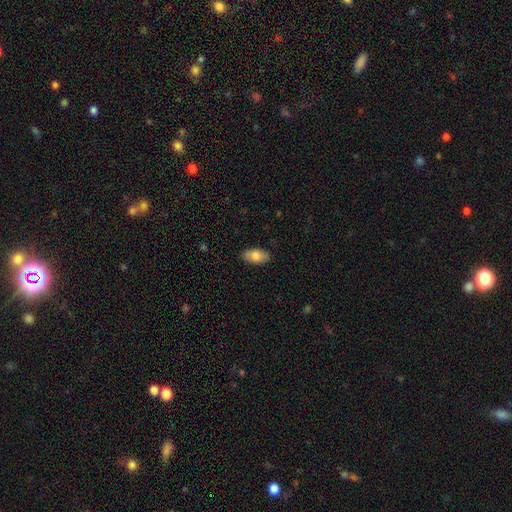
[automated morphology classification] This is likely a smooth galaxy (79%). How rounded: clearly in between (94%). Merging: clearly none (88%).